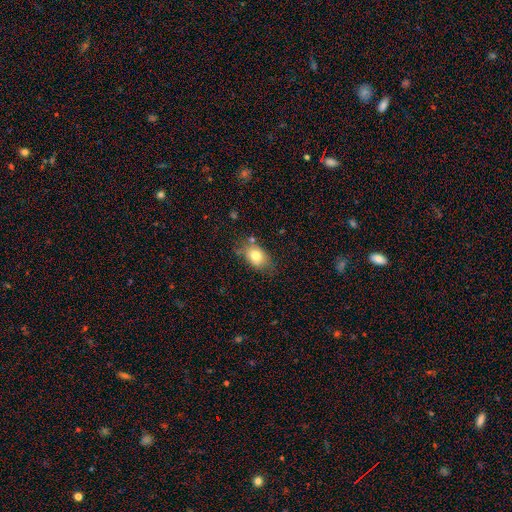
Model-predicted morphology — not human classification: Q: Smooth or featured?
A: smooth (77%); runner-up: featured or disk (14%)
Q: How rounded?
A: in between (80%); runner-up: round (18%)
Q: Merging?
A: none (65%); runner-up: minor disturbance (24%)